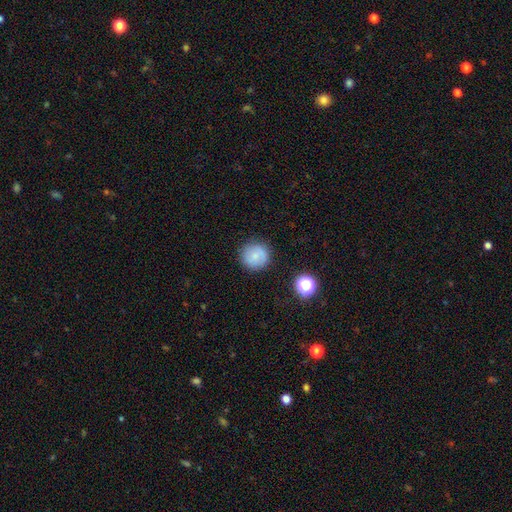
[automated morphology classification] Smooth or featured? Predicted: smooth (p=0.78). How rounded? Predicted: round (p=0.94). Merging? Predicted: none (p=0.86).